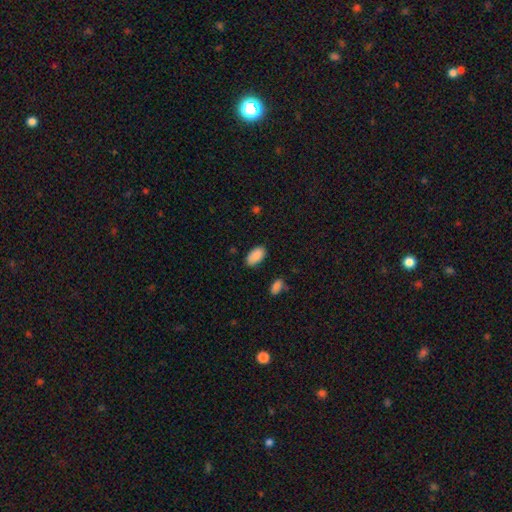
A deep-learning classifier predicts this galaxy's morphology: Smooth or featured? Predicted: smooth (p=0.90). How rounded? Predicted: in between (p=0.95). Merging? Predicted: none (p=0.85).